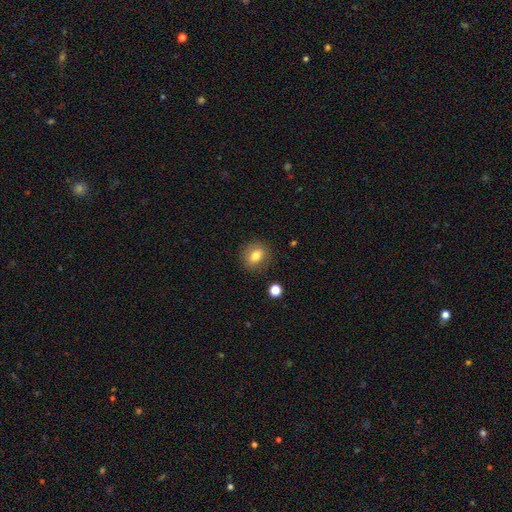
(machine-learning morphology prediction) smooth-or-featured: smooth: 76% | featured or disk: 14% | star or artifact: 10%
  how-rounded: round: 65% | in between: 34% | cigar-shaped: 1%
  merging: none: 85% | minor disturbance: 10% | major disturbance: 3% | merger: 2%